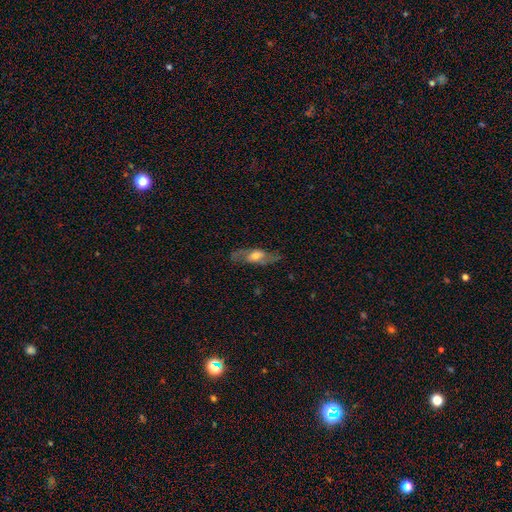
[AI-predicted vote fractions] This is likely a featured or disk galaxy (61%). It is likely not viewed edge-on (70%). Merging: likely none (77%).